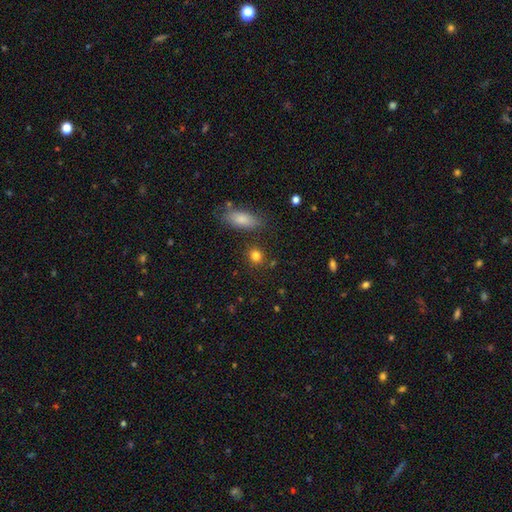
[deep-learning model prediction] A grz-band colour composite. It shows a smooth galaxy with no disk features (84%) that is round (72%). Merging: none (83%).